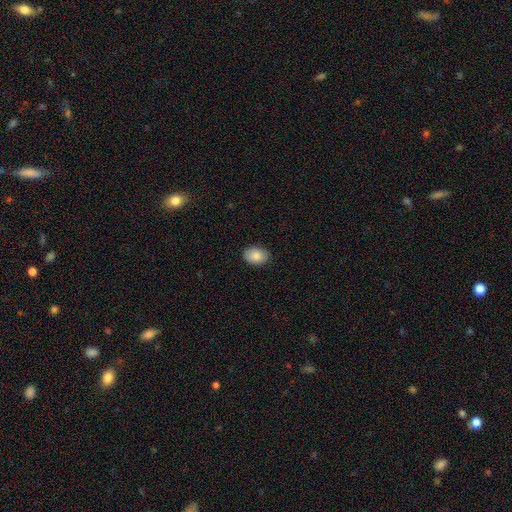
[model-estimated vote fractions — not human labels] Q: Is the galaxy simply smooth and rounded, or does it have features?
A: smooth — 87%.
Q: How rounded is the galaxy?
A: in between — 75%.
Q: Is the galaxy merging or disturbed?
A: none — 86%.